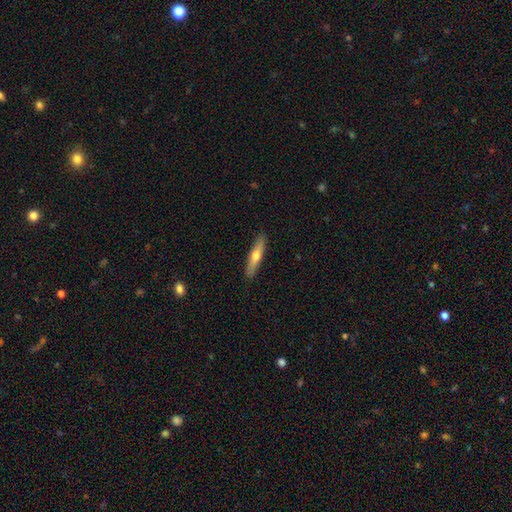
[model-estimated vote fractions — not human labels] smooth_or_featured: smooth (p=0.56) [alt: featured or disk p=0.39]
how_rounded: cigar-shaped (p=0.84) [alt: in between p=0.14]
merging: none (p=0.90) [alt: minor disturbance p=0.07]